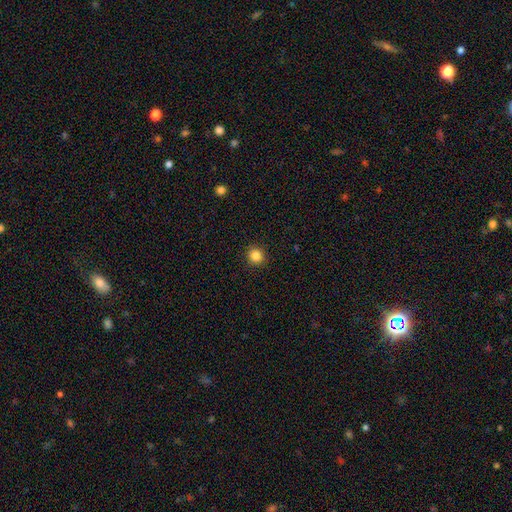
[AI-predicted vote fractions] smooth-or-featured: smooth: 85% | star or artifact: 11% | featured or disk: 4%
  how-rounded: round: 92% | in between: 7% | cigar-shaped: 1%
  merging: none: 92% | minor disturbance: 5% | major disturbance: 2% | merger: 1%